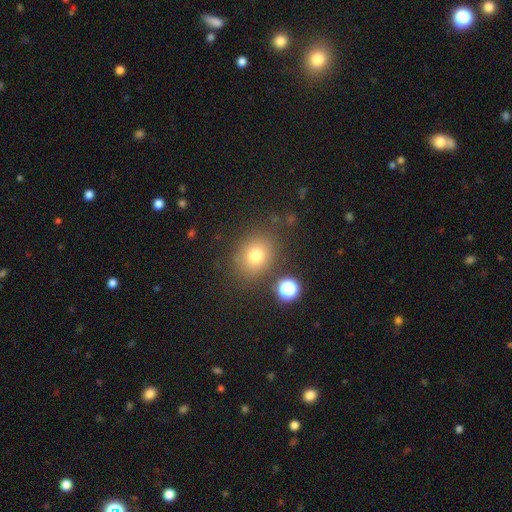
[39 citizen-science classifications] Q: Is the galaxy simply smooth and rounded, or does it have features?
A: smooth — 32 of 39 (82%).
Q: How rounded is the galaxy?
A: round — 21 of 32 (66%).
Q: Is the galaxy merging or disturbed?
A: none — 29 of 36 (81%).